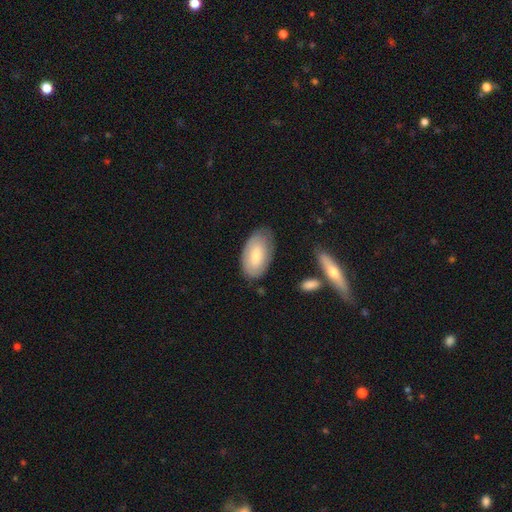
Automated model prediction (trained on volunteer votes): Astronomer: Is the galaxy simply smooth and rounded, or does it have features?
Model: smooth — 65%.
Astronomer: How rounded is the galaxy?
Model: in between — 94%.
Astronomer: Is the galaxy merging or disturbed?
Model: none — 73%.